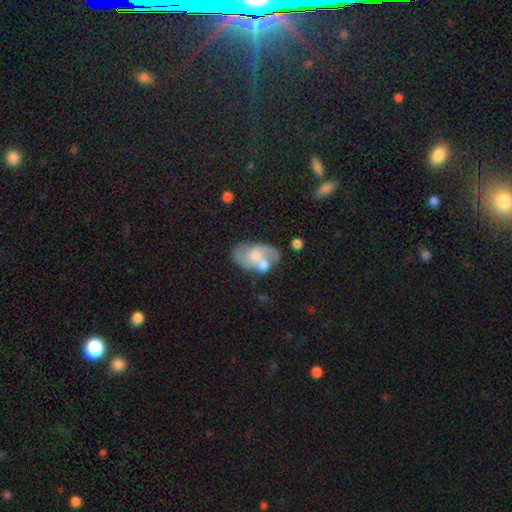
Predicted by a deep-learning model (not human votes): Smooth or featured?
  - featured or disk: 62% *
  - smooth: 31%
  - star or artifact: 7%
Edge-on disk?
  - no: 96% *
  - yes: 4%
Bar?
  - no: 70% *
  - weak: 25%
  - strong: 4%
Spiral arms?
  - yes: 76% *
  - no: 24%
Bulge size?
  - moderate: 46% *
  - small: 34%
  - large: 9%
  - none: 9%
  - dominant: 2%
Merging?
  - none: 43% *
  - merger: 30%
  - minor disturbance: 18%
  - major disturbance: 8%